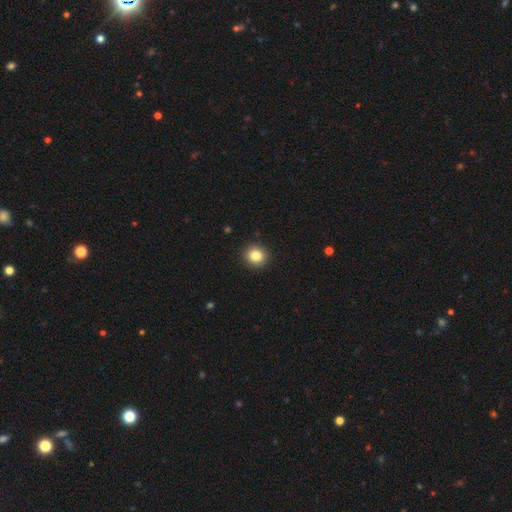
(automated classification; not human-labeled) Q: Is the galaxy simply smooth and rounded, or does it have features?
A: smooth — 84%.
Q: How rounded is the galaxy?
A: round — 89%.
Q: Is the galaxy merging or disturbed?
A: none — 92%.